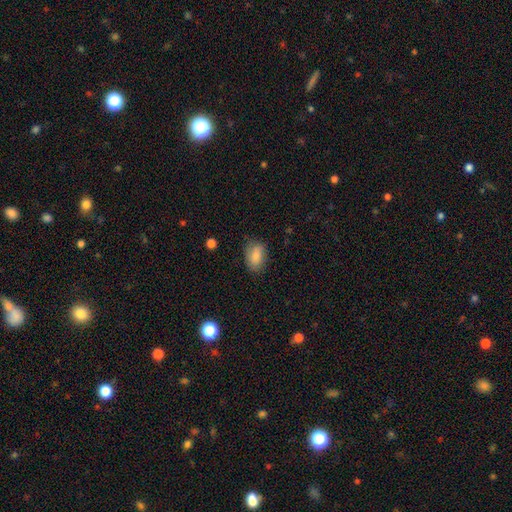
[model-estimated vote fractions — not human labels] Q: Smooth or featured?
A: smooth (82%); runner-up: featured or disk (11%)
Q: How rounded?
A: in between (87%); runner-up: round (12%)
Q: Merging?
A: none (75%); runner-up: minor disturbance (19%)